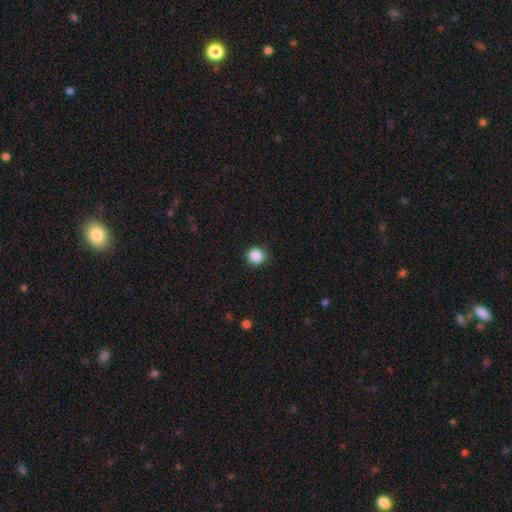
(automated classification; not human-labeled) smooth-or-featured: smooth: 87% | star or artifact: 10% | featured or disk: 3%
  how-rounded: round: 91% | in between: 8% | cigar-shaped: 1%
  merging: none: 89% | minor disturbance: 8% | major disturbance: 2% | merger: 1%